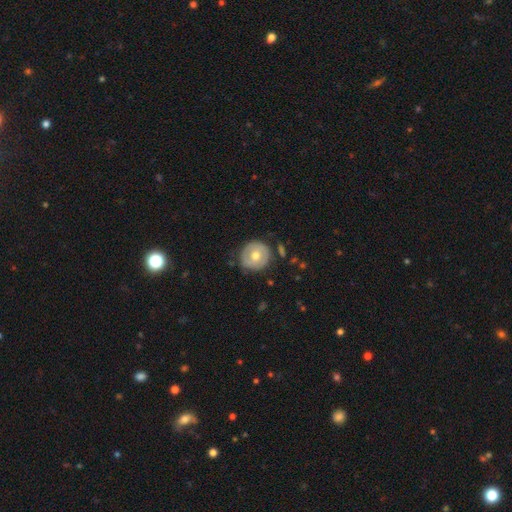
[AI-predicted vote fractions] This is possibly a smooth galaxy (57%). How rounded: clearly round (90%). Merging: clearly none (81%).